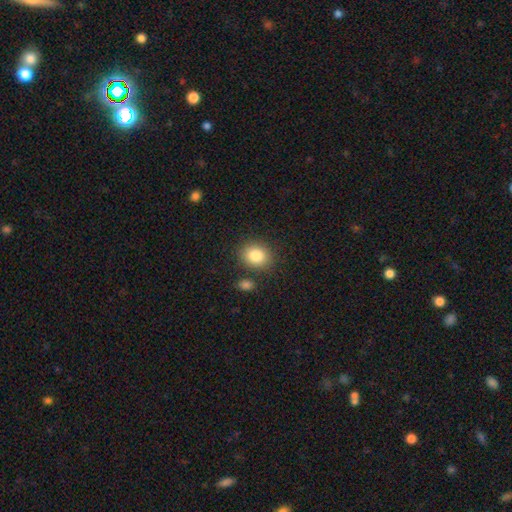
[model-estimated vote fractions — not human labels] smooth-or-featured: smooth: 84% | star or artifact: 9% | featured or disk: 7%
  how-rounded: round: 54% | in between: 45% | cigar-shaped: 1%
  merging: none: 81% | minor disturbance: 10% | merger: 6% | major disturbance: 3%